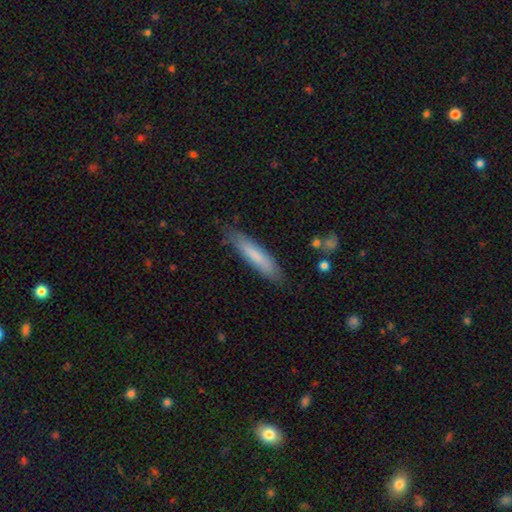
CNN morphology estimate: Smooth or featured? smooth (76%)
How rounded? cigar-shaped (86%)
Merging? none (83%)